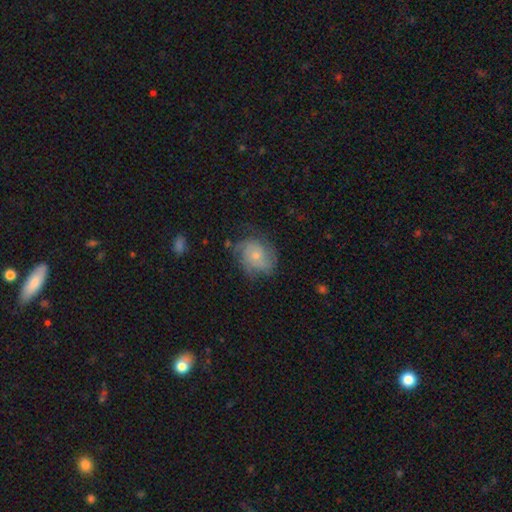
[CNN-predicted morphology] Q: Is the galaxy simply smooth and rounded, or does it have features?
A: featured or disk — 55%.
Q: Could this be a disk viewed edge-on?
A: no — 97%.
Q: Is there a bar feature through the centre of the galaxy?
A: no — 81%.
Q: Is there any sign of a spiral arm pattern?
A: yes — 82%.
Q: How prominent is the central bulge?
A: small — 65%.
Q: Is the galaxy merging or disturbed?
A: none — 60%.